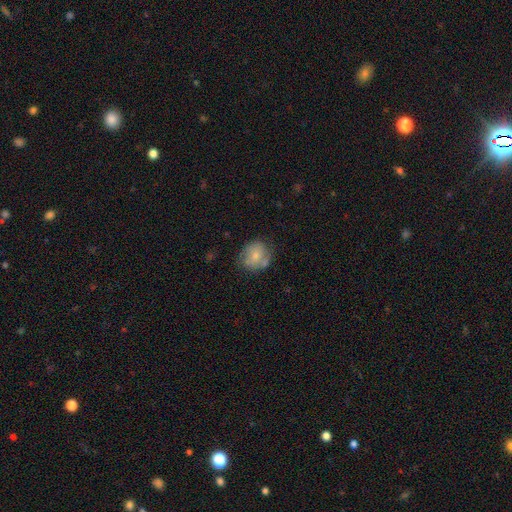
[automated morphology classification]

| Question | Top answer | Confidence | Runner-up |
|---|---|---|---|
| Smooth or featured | smooth | 65% | featured or disk (28%) |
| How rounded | round | 72% | in between (27%) |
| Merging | none | 60% | minor disturbance (24%) |